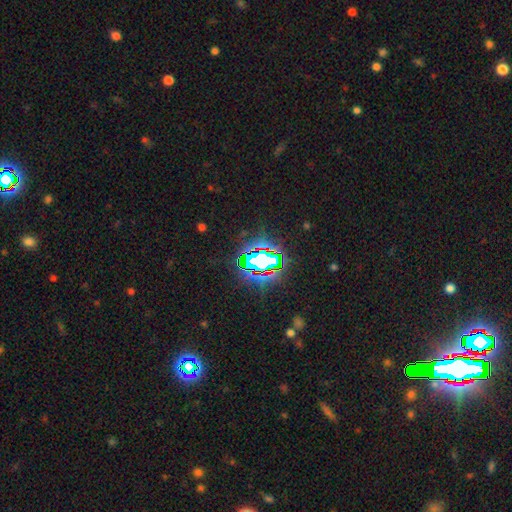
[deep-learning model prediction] Morphology: type=star or artifact (80%).